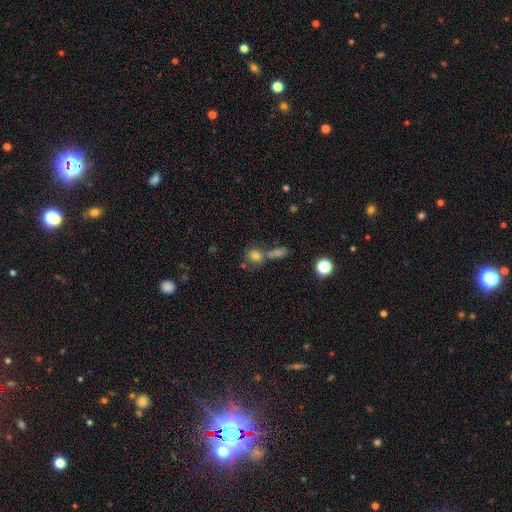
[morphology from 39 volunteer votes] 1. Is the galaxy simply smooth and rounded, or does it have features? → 82% smooth, 10% featured or disk, 8% star or artifact.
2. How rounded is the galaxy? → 72% round, 22% in between, 6% cigar-shaped.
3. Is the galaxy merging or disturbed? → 44% none (tied), 44% merger (tied), 8% minor disturbance, 3% major disturbance.